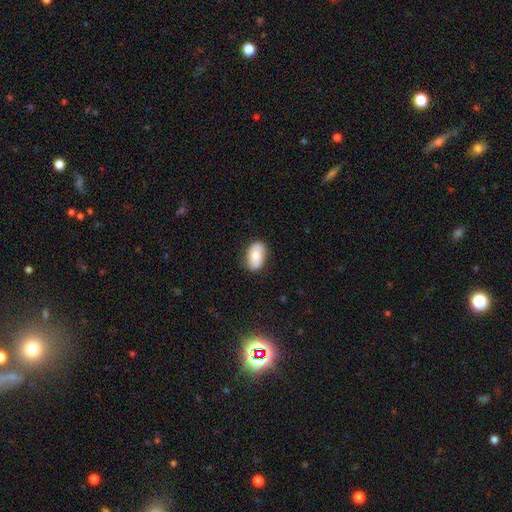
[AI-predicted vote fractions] A smooth galaxy with no disk features (66%) that is in between round and cigar-shaped (90%).

Vote fractions:
- Smooth or featured? smooth: 66% / featured or disk: 27% / star or artifact: 7%
- How rounded? in between: 90% / round: 9% / cigar-shaped: 2%
- Merging? none: 82% / minor disturbance: 14% / major disturbance: 3% / merger: 1%